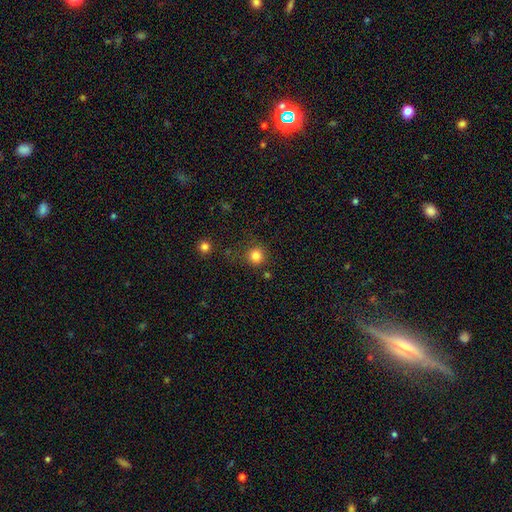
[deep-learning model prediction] smooth-or-featured: smooth: 83% | star or artifact: 13% | featured or disk: 5%
  how-rounded: round: 93% | in between: 6% | cigar-shaped: 1%
  merging: none: 83% | minor disturbance: 10% | merger: 4% | major disturbance: 4%